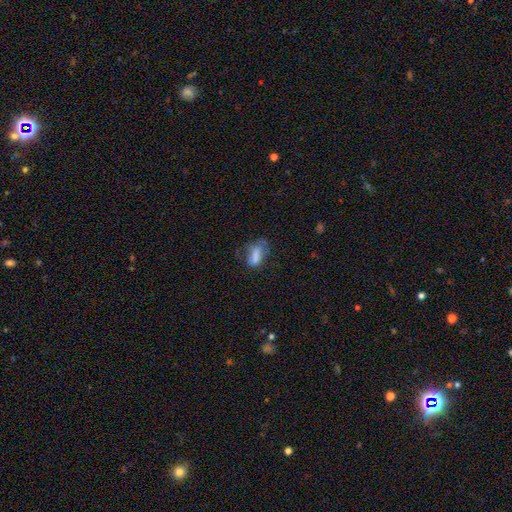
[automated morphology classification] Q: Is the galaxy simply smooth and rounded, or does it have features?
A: smooth — 72%.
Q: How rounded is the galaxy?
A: in between — 83%.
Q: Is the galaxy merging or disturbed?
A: none — 41%.